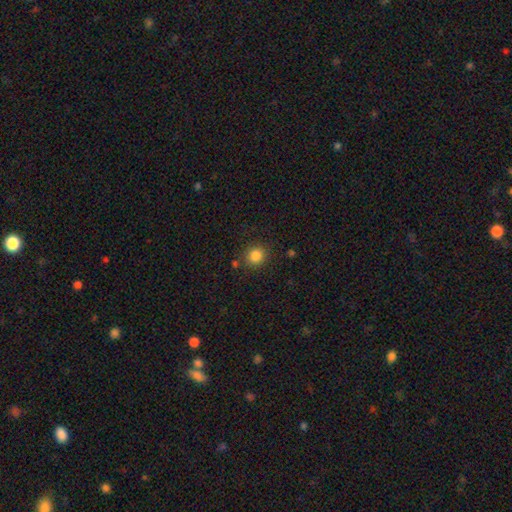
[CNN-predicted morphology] smooth-or-featured: smooth: 84% | star or artifact: 12% | featured or disk: 4%
  how-rounded: round: 87% | in between: 12% | cigar-shaped: 1%
  merging: none: 85% | minor disturbance: 9% | merger: 4% | major disturbance: 3%